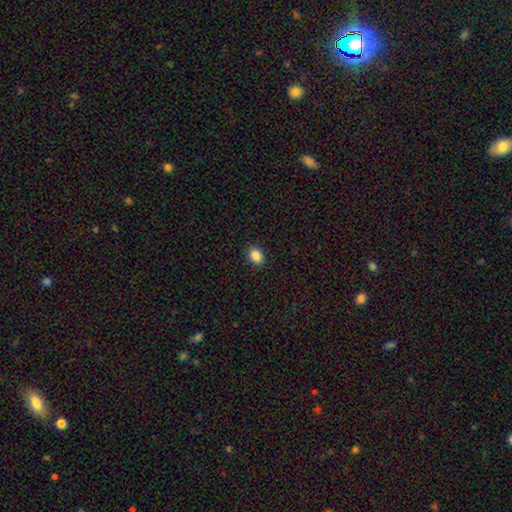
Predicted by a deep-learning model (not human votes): smooth-or-featured: smooth: 88% | star or artifact: 9% | featured or disk: 3%
  how-rounded: in between: 58% | round: 41% | cigar-shaped: 1%
  merging: none: 90% | minor disturbance: 7% | major disturbance: 2% | merger: 1%